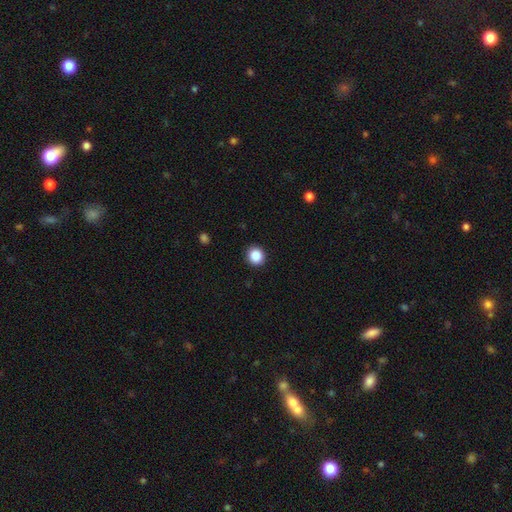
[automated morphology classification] type=smooth (88%); roundness=round (88%); merging=none (91%).